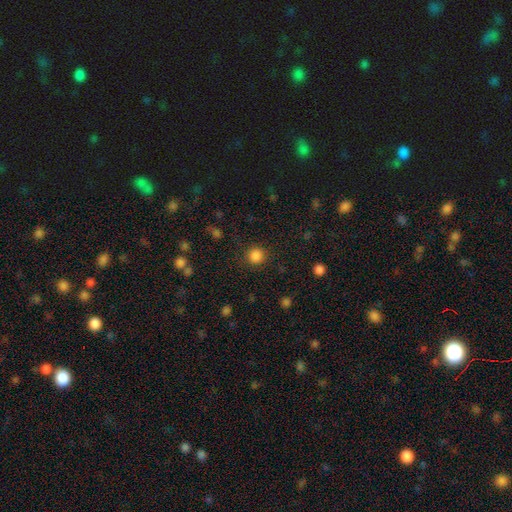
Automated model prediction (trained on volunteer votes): Smooth or featured? Predicted: smooth (p=0.85). How rounded? Predicted: round (p=0.92). Merging? Predicted: none (p=0.88).